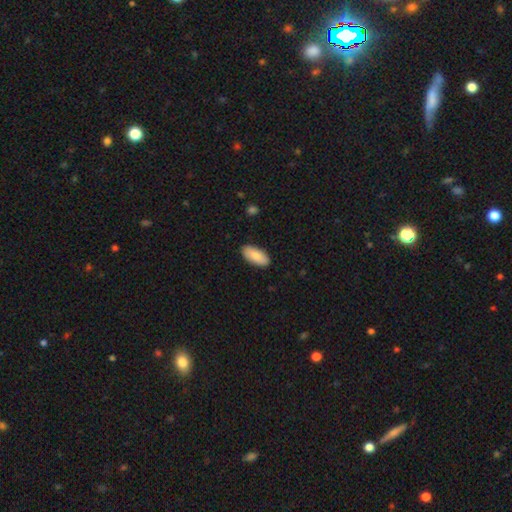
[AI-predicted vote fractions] smooth_or_featured: smooth (p=0.87) [alt: featured or disk p=0.08]
how_rounded: in between (p=0.92) [alt: cigar-shaped p=0.07]
merging: none (p=0.88) [alt: minor disturbance p=0.09]